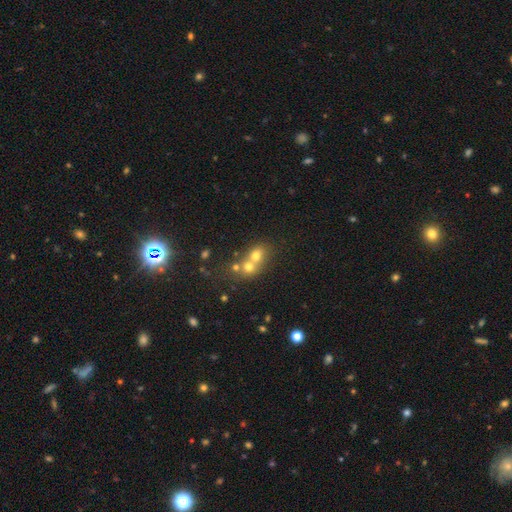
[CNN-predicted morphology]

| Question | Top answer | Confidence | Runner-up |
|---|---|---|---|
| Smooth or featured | smooth | 66% | featured or disk (20%) |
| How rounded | round | 64% | in between (35%) |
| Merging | merger | 66% | none (26%) |